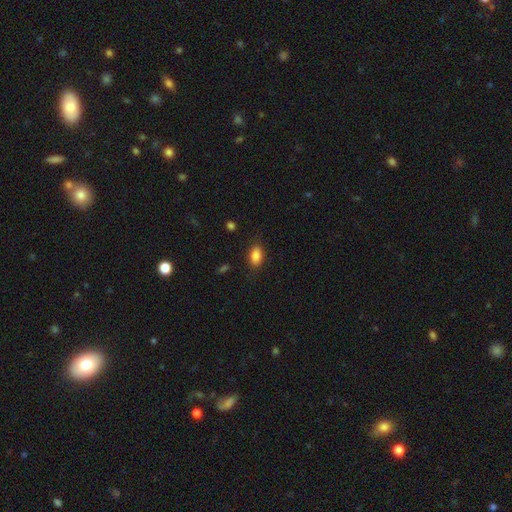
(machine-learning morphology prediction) A smooth galaxy with no disk features (86%) that is in between round and cigar-shaped (89%). Merging: none (84%).